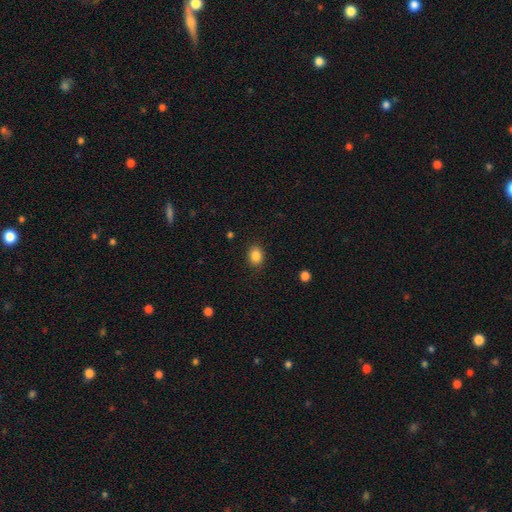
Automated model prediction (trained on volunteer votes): The model was most divided on "how rounded": in between: 51%, round: 48%, cigar-shaped: 1%. More confident: merging — none (88%); smooth or featured — smooth (86%).